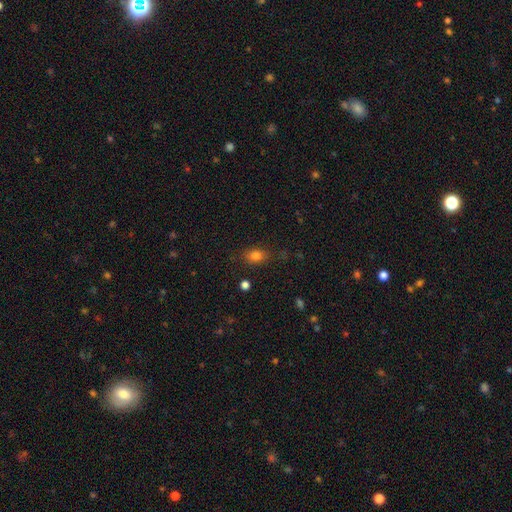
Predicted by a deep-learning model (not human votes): Smooth or featured?
  - smooth: 80% *
  - star or artifact: 12%
  - featured or disk: 8%
How rounded?
  - in between: 69% *
  - round: 28%
  - cigar-shaped: 3%
Merging?
  - none: 78% *
  - minor disturbance: 15%
  - major disturbance: 5%
  - merger: 2%